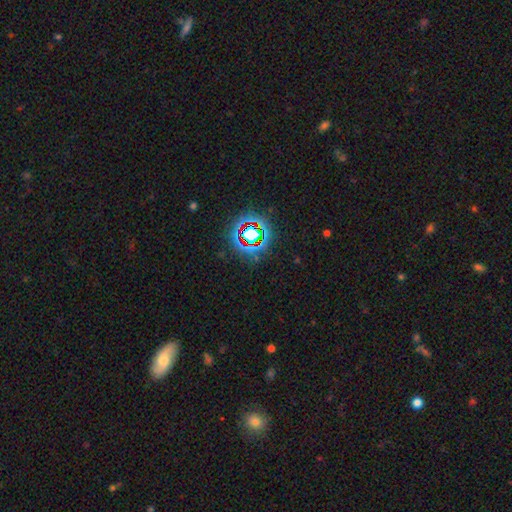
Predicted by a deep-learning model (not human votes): Smooth or featured? Predicted: star or artifact (p=0.74).